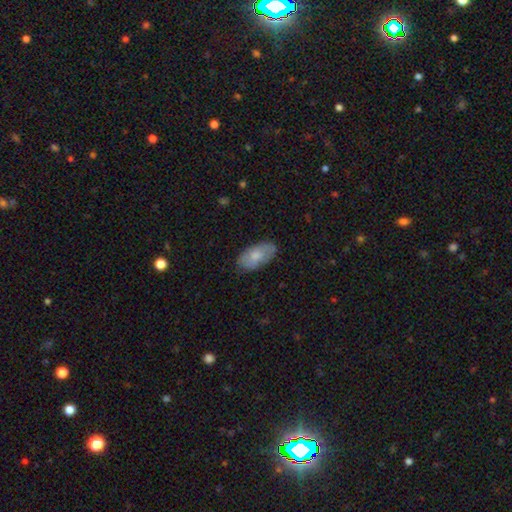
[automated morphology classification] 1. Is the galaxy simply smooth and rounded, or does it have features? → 74% smooth, 20% featured or disk, 6% star or artifact.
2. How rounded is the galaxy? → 94% in between, 3% cigar-shaped, 3% round.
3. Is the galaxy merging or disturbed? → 79% none, 17% minor disturbance, 3% major disturbance, 1% merger.